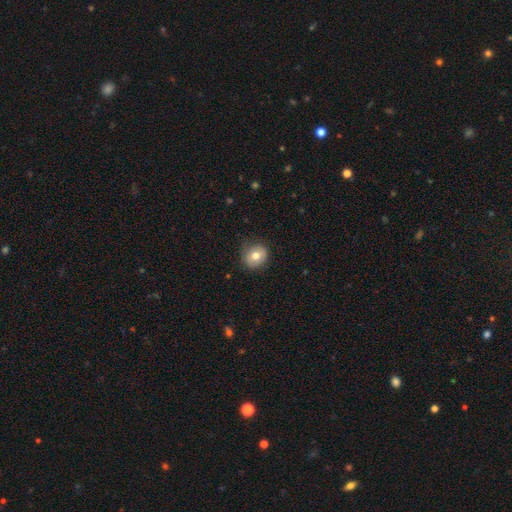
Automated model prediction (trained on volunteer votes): Smooth or featured?
  - smooth: 73% *
  - featured or disk: 18%
  - star or artifact: 9%
How rounded?
  - round: 81% *
  - in between: 18%
  - cigar-shaped: 1%
Merging?
  - none: 79% *
  - minor disturbance: 17%
  - major disturbance: 4%
  - merger: 1%